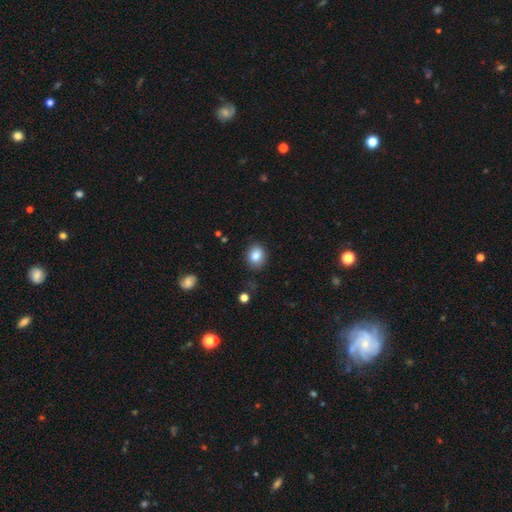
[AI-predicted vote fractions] Q: Smooth or featured?
A: smooth (84%); runner-up: star or artifact (9%)
Q: How rounded?
A: round (57%); runner-up: in between (42%)
Q: Merging?
A: none (85%); runner-up: minor disturbance (11%)